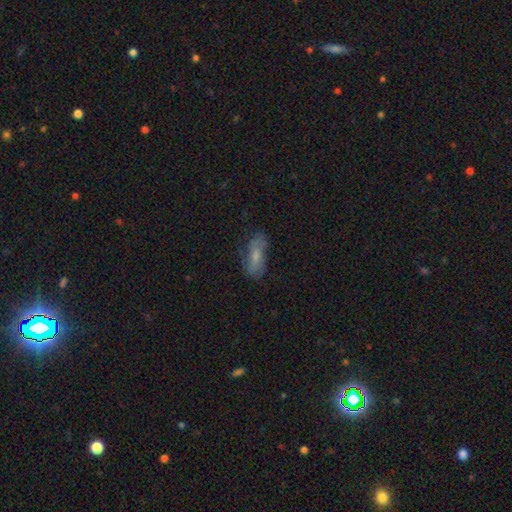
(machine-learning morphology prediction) The model was most divided on "smooth or featured": smooth: 55%, featured or disk: 36%, star or artifact: 9%. More confident: how rounded — in between (70%); merging — none (68%).